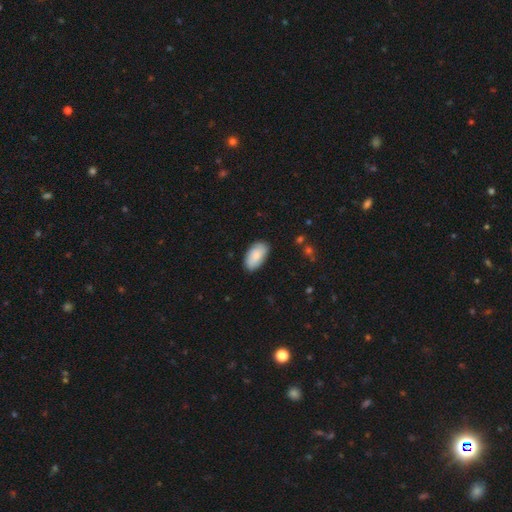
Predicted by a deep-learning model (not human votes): Smooth or featured: smooth — 84% (featured or disk — 10%)
How rounded: in between — 95% (round — 3%)
Merging: none — 81% (minor disturbance — 15%)